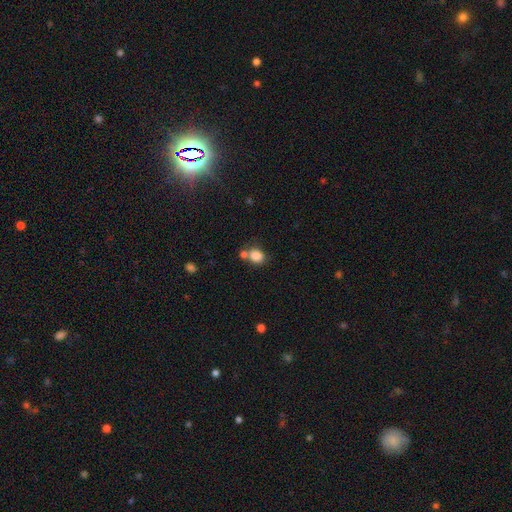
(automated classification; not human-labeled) Smooth or featured? smooth (84%)
How rounded? round (62%)
Merging? none (54%)